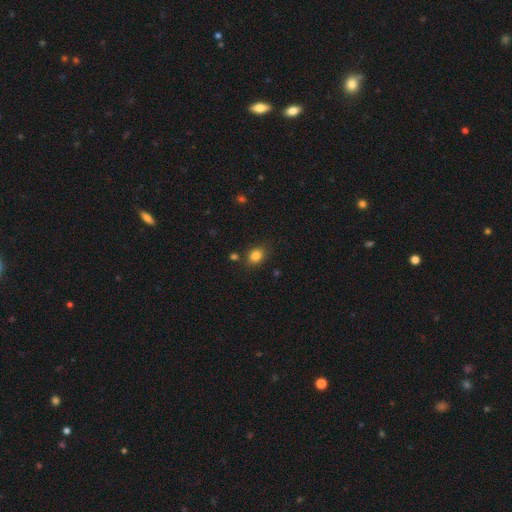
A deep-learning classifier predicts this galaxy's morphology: Smooth or featured: smooth — 83% (star or artifact — 11%)
How rounded: in between — 51% (round — 48%)
Merging: none — 81% (minor disturbance — 12%)